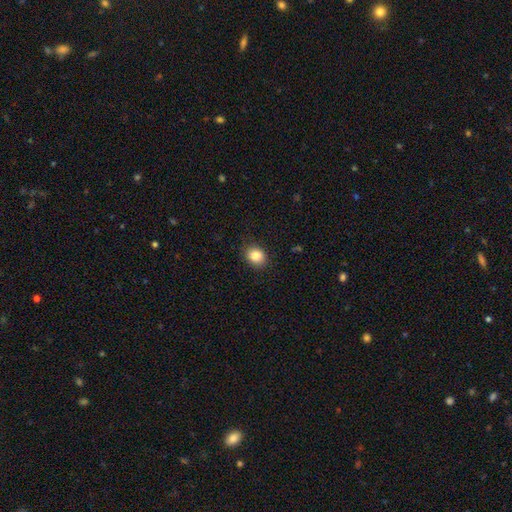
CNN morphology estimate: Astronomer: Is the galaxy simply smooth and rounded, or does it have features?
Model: smooth — 85%.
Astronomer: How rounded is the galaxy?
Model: round — 56% (runner-up: in between, 43%).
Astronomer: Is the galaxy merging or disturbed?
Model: none — 87%.